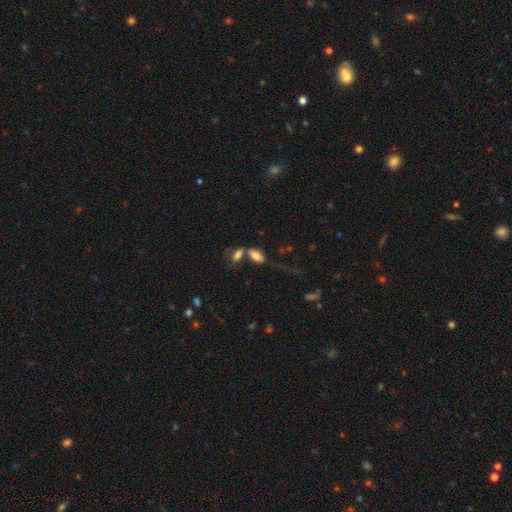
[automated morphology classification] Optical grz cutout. It shows a smooth galaxy with no disk features (77%) that is in between round and cigar-shaped (87%). Merging: none (38%, tied with merger).